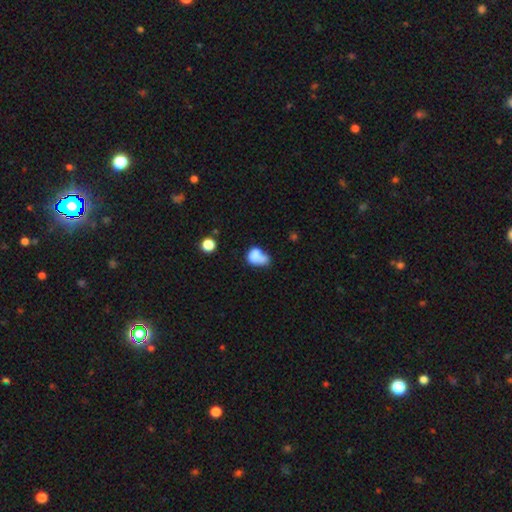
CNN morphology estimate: Smooth or featured: smooth — 73% (featured or disk — 16%)
How rounded: in between — 68% (round — 30%)
Merging: merger — 36% (none — 24%)